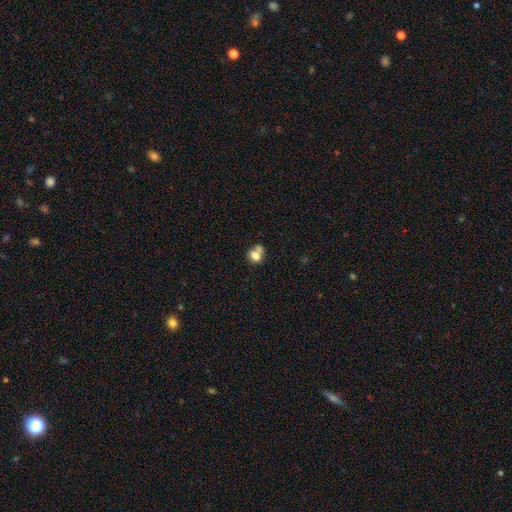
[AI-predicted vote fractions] smooth 73%, featured or disk 16%, star or artifact 11%. Down the decision tree: how rounded — round (54%); merging — merger (44%).